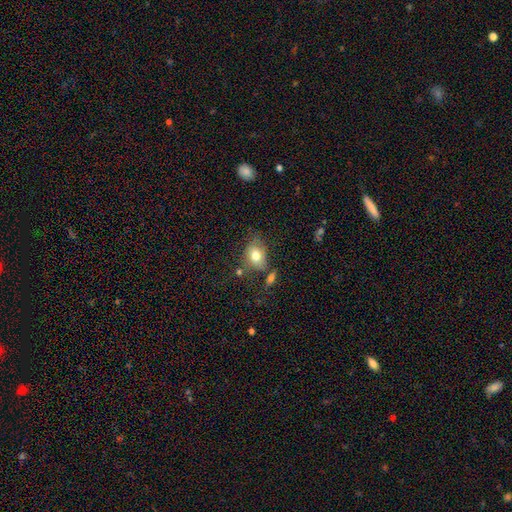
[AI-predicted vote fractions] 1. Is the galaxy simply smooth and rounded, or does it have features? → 76% smooth, 15% featured or disk, 9% star or artifact.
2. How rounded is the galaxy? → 64% in between, 35% round, 1% cigar-shaped.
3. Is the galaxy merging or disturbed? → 54% none, 24% minor disturbance, 12% merger, 10% major disturbance.